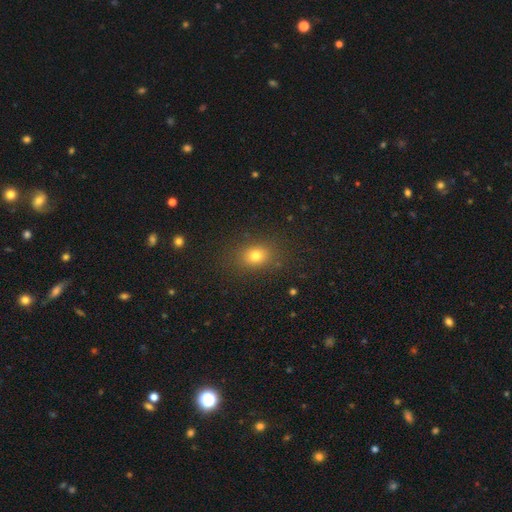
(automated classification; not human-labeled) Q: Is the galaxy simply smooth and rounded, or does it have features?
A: smooth — 76%.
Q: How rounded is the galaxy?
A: in between — 55%.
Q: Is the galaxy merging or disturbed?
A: none — 85%.